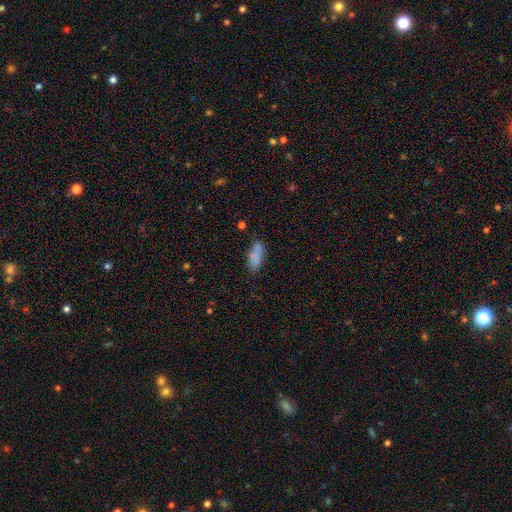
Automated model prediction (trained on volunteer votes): Smooth or featured?
  - smooth: 78% *
  - featured or disk: 13%
  - star or artifact: 9%
How rounded?
  - in between: 76% *
  - cigar-shaped: 21%
  - round: 3%
Merging?
  - none: 66% *
  - minor disturbance: 21%
  - major disturbance: 7%
  - merger: 6%